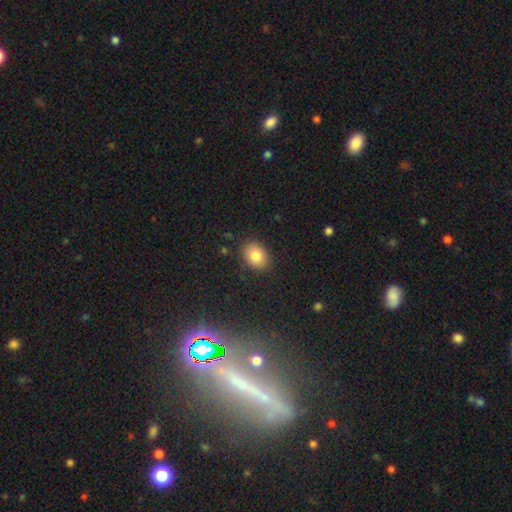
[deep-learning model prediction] Smooth or featured? smooth (83%)
How rounded? in between (72%)
Merging? none (86%)